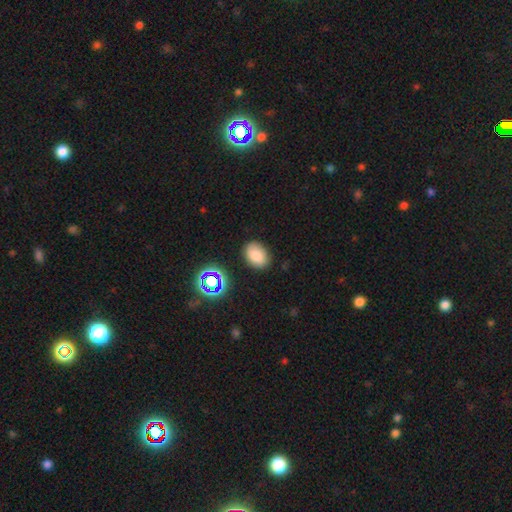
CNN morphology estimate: smooth_or_featured: smooth (p=0.79) [alt: star or artifact p=0.13]
how_rounded: in between (p=0.77) [alt: round p=0.22]
merging: none (p=0.83) [alt: minor disturbance p=0.12]